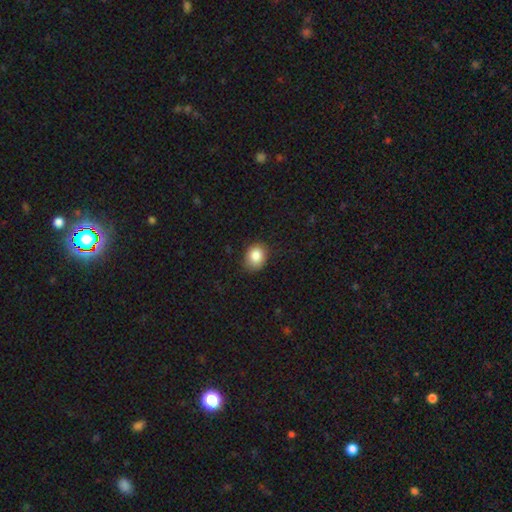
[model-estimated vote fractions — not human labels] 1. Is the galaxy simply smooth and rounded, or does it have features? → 85% smooth, 9% star or artifact, 6% featured or disk.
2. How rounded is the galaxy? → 53% round, 46% in between, 1% cigar-shaped.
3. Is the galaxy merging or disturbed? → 79% none, 16% minor disturbance, 3% major disturbance, 1% merger.